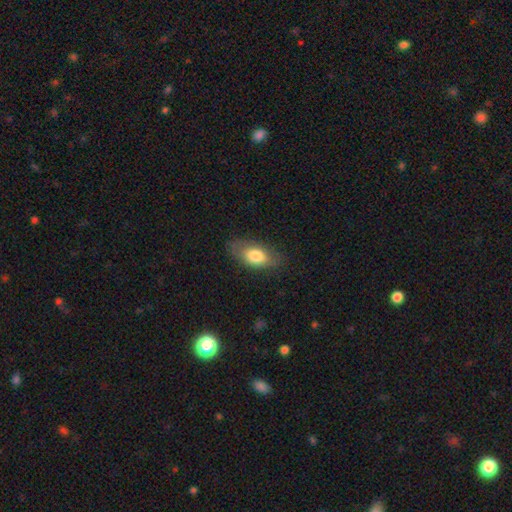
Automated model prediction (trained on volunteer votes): This appears to be a smooth galaxy with no disk features (74%) that is in between round and cigar-shaped (88%). Merging: none (73%).